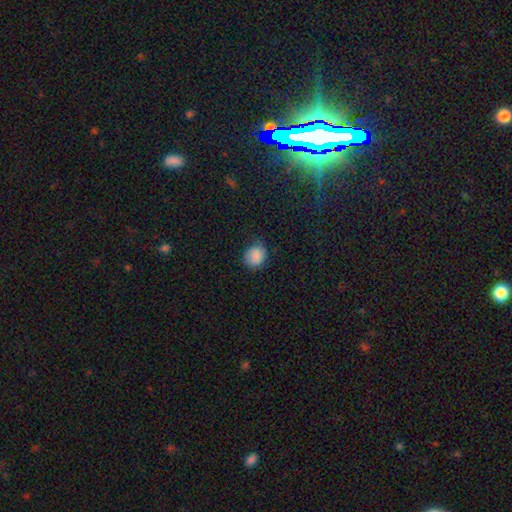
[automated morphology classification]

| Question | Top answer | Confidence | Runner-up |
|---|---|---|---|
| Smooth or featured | smooth | 86% | star or artifact (9%) |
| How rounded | round | 74% | in between (25%) |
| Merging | none | 73% | minor disturbance (22%) |